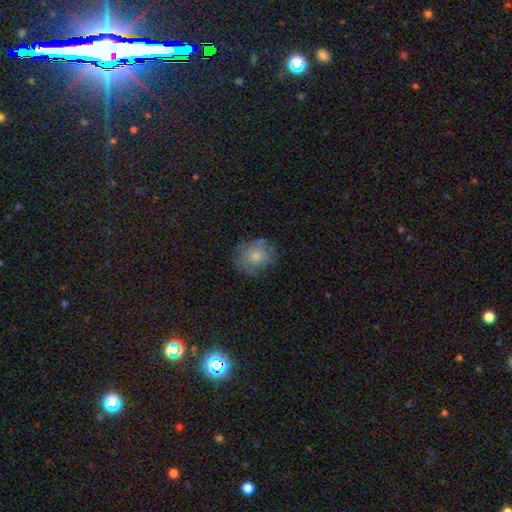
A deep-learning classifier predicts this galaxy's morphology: A smooth galaxy with no disk features (73%) that is round (72%). Merging: none (68%).